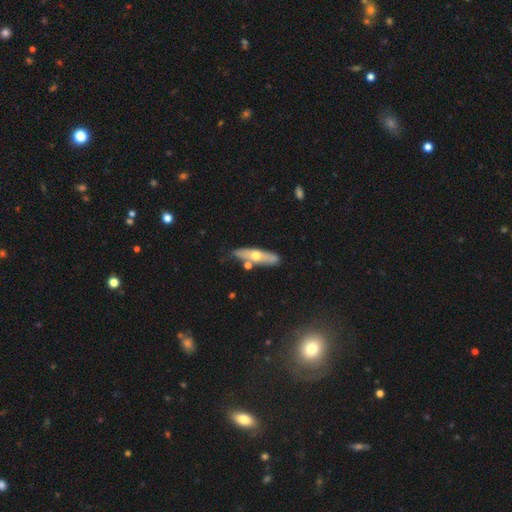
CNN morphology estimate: type=featured or disk (48%); merging=none (72%).